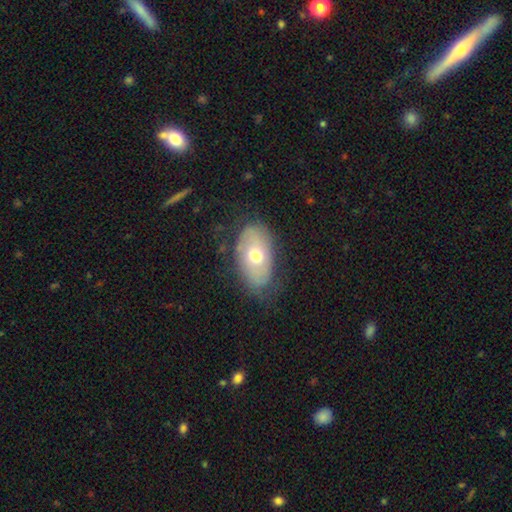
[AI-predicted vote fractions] smooth_or_featured: smooth (p=0.56) [alt: featured or disk p=0.36]
how_rounded: in between (p=0.88) [alt: round p=0.10]
merging: none (p=0.67) [alt: minor disturbance p=0.23]